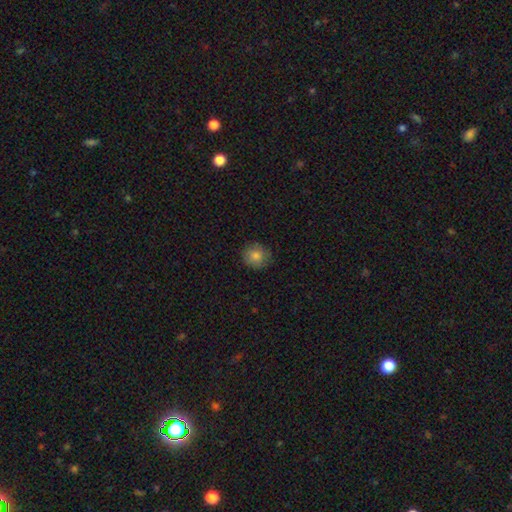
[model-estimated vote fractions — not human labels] smooth 82%, star or artifact 10%, featured or disk 8%. Down the decision tree: how rounded — round (88%); merging — none (84%).